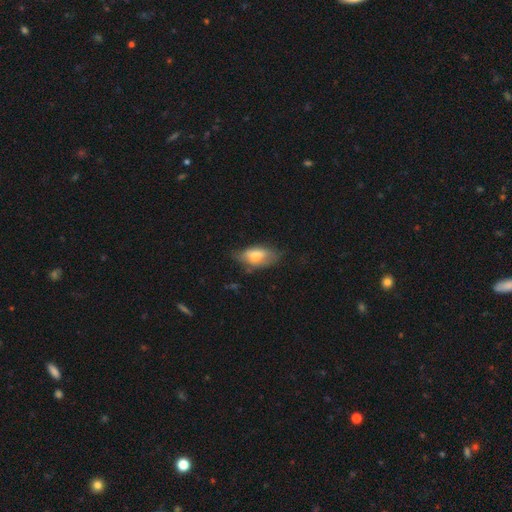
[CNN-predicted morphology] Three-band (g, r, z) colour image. It shows a smooth galaxy with no disk features (66%) that is in between round and cigar-shaped (89%). Merging: none (48%).